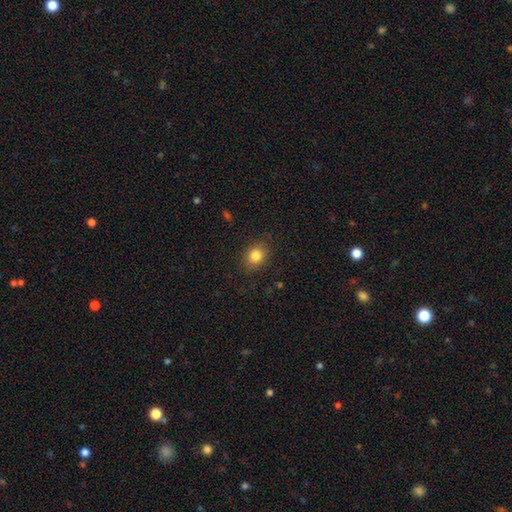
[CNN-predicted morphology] type=smooth (83%); roundness=round (56%); merging=none (85%).